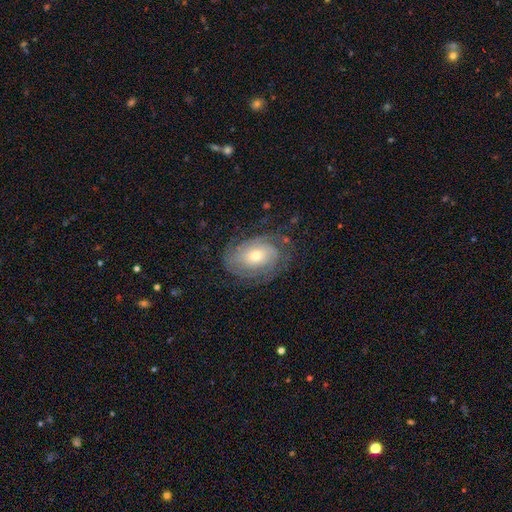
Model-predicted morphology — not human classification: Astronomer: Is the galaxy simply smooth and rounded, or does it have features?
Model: featured or disk — 72%.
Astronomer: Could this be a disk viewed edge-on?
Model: no — 96%.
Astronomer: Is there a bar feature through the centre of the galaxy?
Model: no — 77%.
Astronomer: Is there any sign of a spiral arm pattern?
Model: yes — 87%.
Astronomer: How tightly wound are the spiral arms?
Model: tight — 68%.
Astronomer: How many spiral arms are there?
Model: can't tell — 47% (runner-up: 2, 24%).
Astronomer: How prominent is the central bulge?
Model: moderate — 50% (runner-up: small, 43%).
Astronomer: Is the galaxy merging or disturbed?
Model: none — 69%.